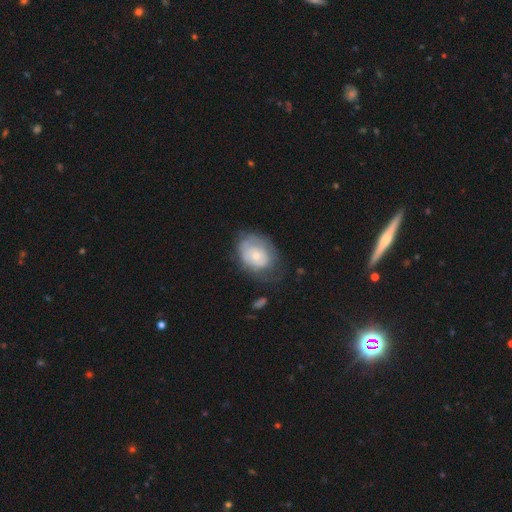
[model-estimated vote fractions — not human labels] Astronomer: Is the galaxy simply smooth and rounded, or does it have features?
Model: featured or disk — 51% (runner-up: smooth, 43%).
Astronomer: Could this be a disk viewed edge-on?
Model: no — 96%.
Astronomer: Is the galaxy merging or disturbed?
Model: none — 50% (runner-up: minor disturbance, 28%).